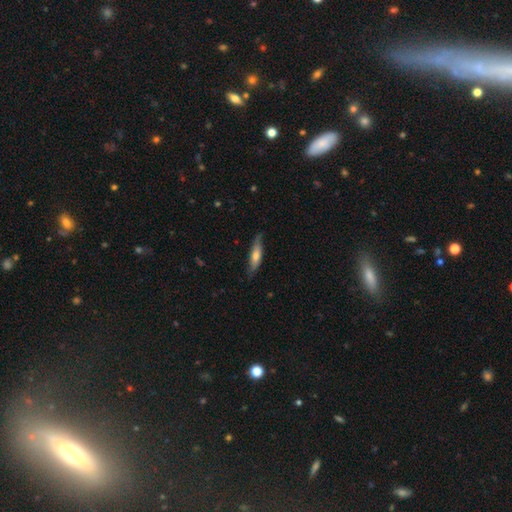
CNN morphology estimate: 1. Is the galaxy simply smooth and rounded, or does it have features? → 57% smooth, 37% featured or disk, 6% star or artifact.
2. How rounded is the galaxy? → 74% cigar-shaped, 24% in between, 2% round.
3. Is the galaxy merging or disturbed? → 76% none, 20% minor disturbance, 3% major disturbance, 1% merger.